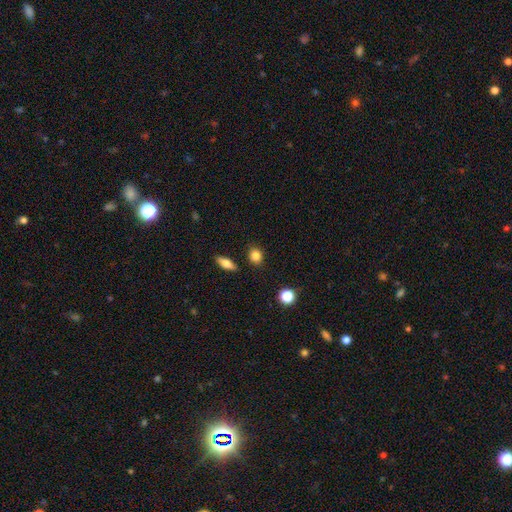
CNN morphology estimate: Q: Smooth or featured?
A: smooth (84%); runner-up: star or artifact (10%)
Q: How rounded?
A: round (65%); runner-up: in between (33%)
Q: Merging?
A: none (85%); runner-up: minor disturbance (10%)